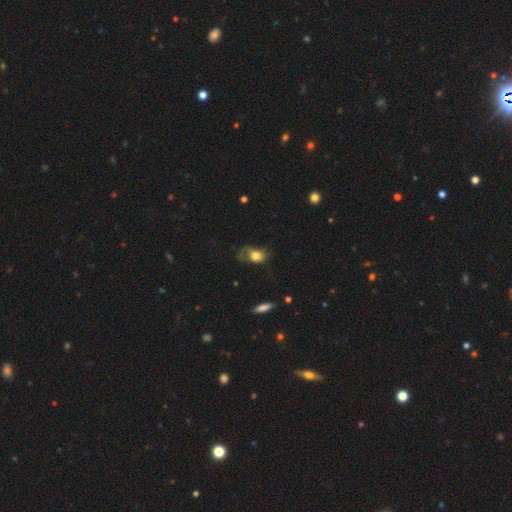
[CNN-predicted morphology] smooth_or_featured: smooth (p=0.68) [alt: featured or disk p=0.22]
how_rounded: in between (p=0.68) [alt: round p=0.30]
merging: major disturbance (p=0.40) [alt: none p=0.30]